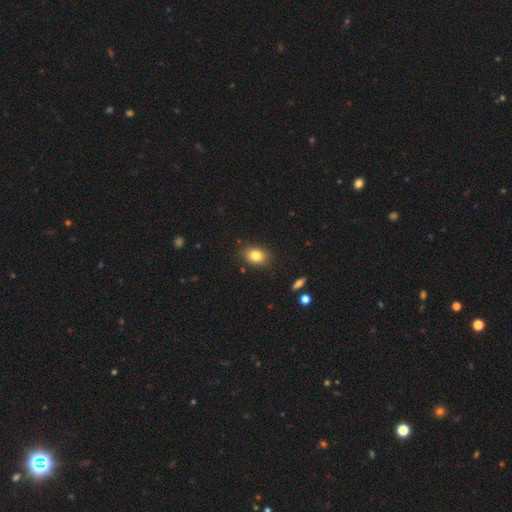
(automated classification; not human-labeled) Smooth or featured?
  - smooth: 82% *
  - star or artifact: 10%
  - featured or disk: 9%
How rounded?
  - in between: 71% *
  - round: 28%
  - cigar-shaped: 1%
Merging?
  - none: 86% *
  - minor disturbance: 10%
  - major disturbance: 2%
  - merger: 2%